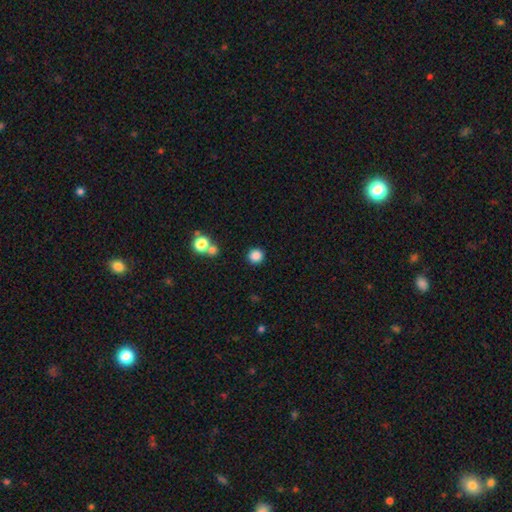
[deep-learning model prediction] Smooth or featured? smooth (85%)
How rounded? round (94%)
Merging? none (88%)